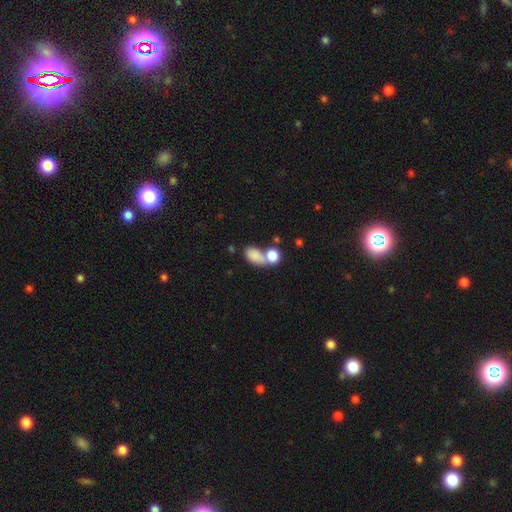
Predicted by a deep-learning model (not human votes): Morphology: type=smooth (81%); roundness=in between (81%); merging=merger (47%).